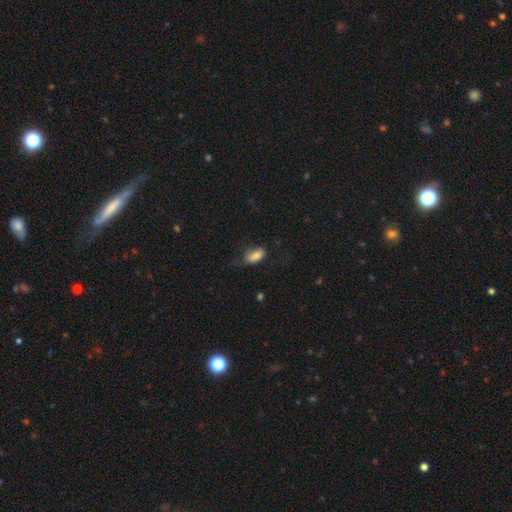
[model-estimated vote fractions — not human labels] smooth-or-featured: smooth: 82% | featured or disk: 10% | star or artifact: 8%
  how-rounded: in between: 90% | cigar-shaped: 5% | round: 4%
  merging: none: 51% | minor disturbance: 32% | major disturbance: 15% | merger: 2%